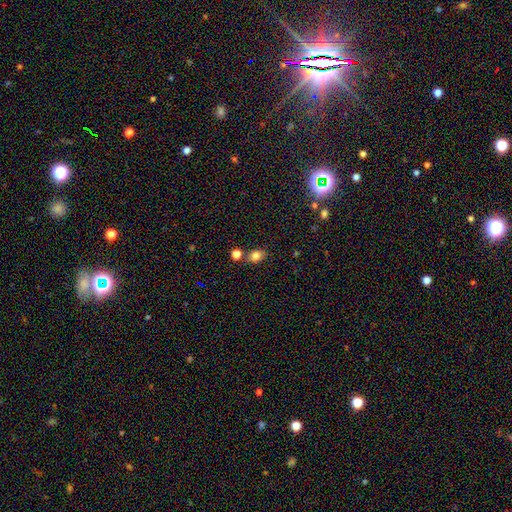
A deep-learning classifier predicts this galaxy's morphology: Smooth or featured: smooth — 81% (star or artifact — 12%)
How rounded: in between — 64% (round — 35%)
Merging: none — 72% (minor disturbance — 12%)